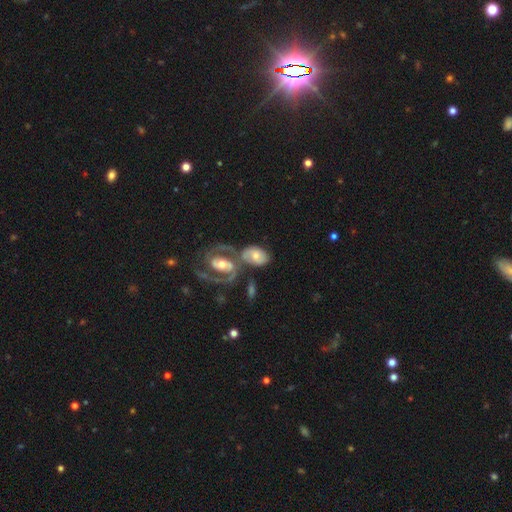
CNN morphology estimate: Smooth or featured?
  - featured or disk: 62% *
  - smooth: 31%
  - star or artifact: 7%
Edge-on disk?
  - no: 94% *
  - yes: 6%
Bar?
  - no: 53% *
  - weak: 32%
  - strong: 16%
Spiral arms?
  - yes: 85% *
  - no: 15%
Spiral winding?
  - medium: 47% *
  - tight: 36%
  - loose: 17%
Spiral arm count?
  - 2: 76% *
  - can't tell: 11%
  - 1: 7%
  - 3: 4%
  - 4: 1%
  - more than 4: 1%
Bulge size?
  - moderate: 63% *
  - small: 29%
  - large: 6%
  - none: 1%
  - dominant: 1%
Merging?
  - merger: 46% *
  - none: 31%
  - minor disturbance: 14%
  - major disturbance: 10%